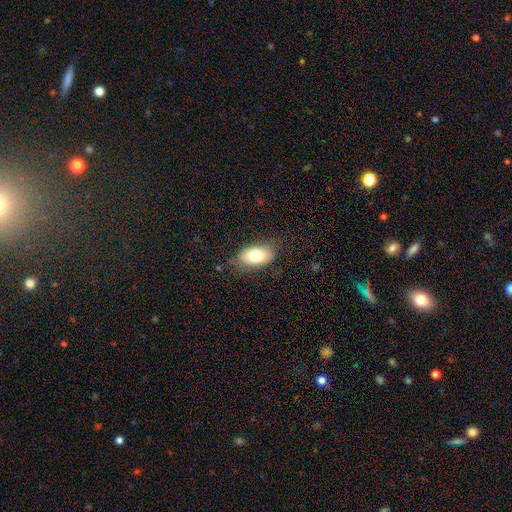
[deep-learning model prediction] A smooth galaxy with no disk features (79%) that is in between round and cigar-shaped (92%). Merging: none (77%).